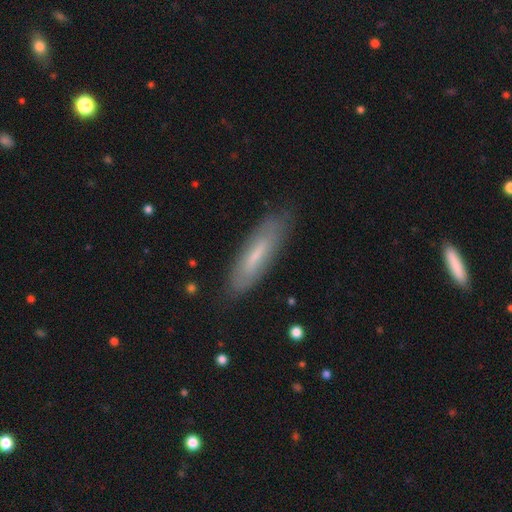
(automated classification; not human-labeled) Smooth or featured: smooth — 56% (featured or disk — 37%)
How rounded: cigar-shaped — 70% (in between — 29%)
Merging: none — 82% (minor disturbance — 14%)